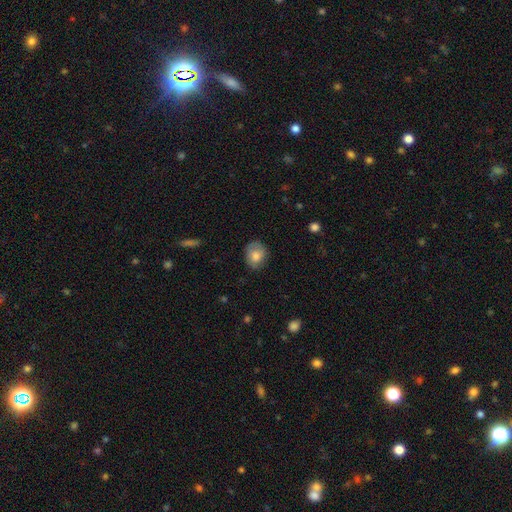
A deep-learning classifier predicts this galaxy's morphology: Q: Smooth or featured?
A: smooth (76%); runner-up: featured or disk (16%)
Q: How rounded?
A: round (56%); runner-up: in between (43%)
Q: Merging?
A: none (73%); runner-up: minor disturbance (21%)